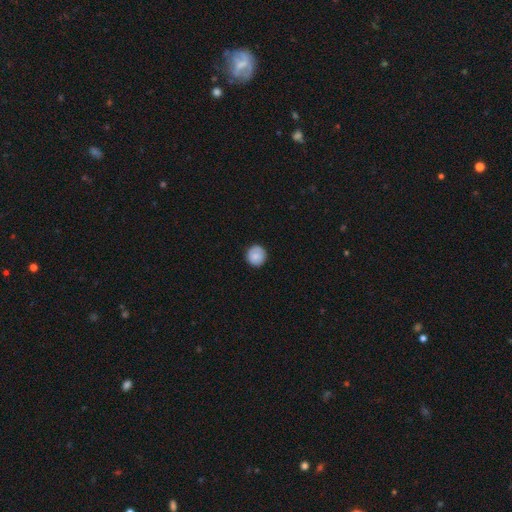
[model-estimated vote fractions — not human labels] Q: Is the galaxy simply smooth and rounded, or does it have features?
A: smooth — 82%.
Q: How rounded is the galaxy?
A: round — 94%.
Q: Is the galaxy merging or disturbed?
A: none — 88%.